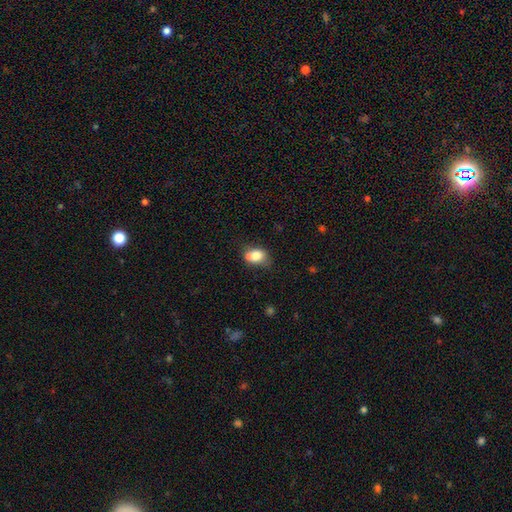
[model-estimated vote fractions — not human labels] A smooth galaxy with no disk features (77%) that is in between round and cigar-shaped (65%).

Vote fractions:
- Smooth or featured? smooth: 77% / featured or disk: 14% / star or artifact: 9%
- How rounded? in between: 65% / round: 34% / cigar-shaped: 1%
- Merging? none: 45% / merger: 25% / minor disturbance: 23% / major disturbance: 7%